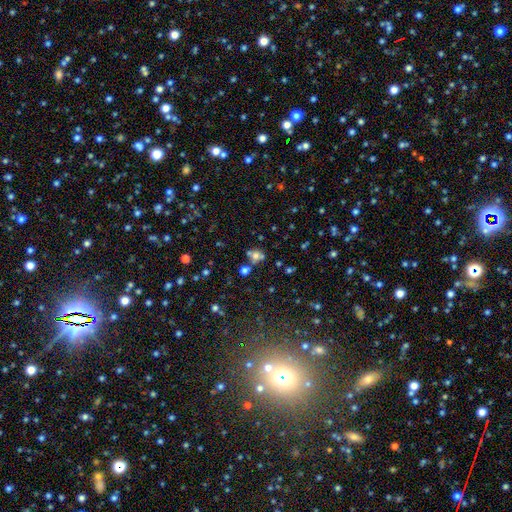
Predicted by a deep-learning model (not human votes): Morphology: type=smooth (61%); roundness=round (63%); merging=none (49%).